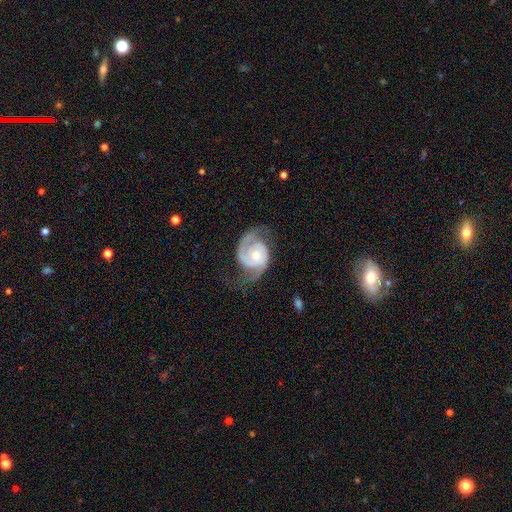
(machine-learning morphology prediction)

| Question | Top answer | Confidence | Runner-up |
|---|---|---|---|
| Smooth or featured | featured or disk | 88% | smooth (8%) |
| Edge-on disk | no | 98% | yes (2%) |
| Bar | no | 69% | weak (26%) |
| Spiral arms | yes | 97% | no (3%) |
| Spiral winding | medium | 49% | tight (33%) |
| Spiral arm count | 2 | 87% | 1 (4%) |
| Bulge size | moderate | 57% | small (36%) |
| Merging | none | 62% | minor disturbance (21%) |